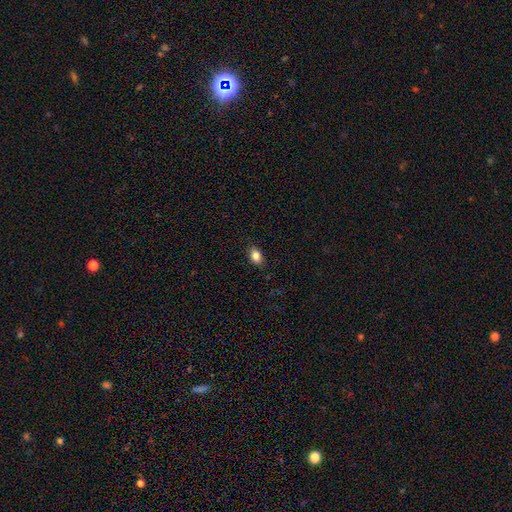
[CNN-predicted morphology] Smooth or featured? smooth (84%)
How rounded? in between (84%)
Merging? none (86%)